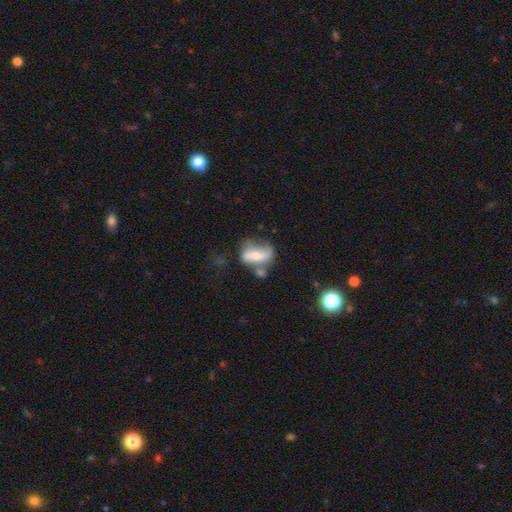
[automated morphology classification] smooth_or_featured: featured or disk (p=0.54) [alt: smooth p=0.37]
disk_edge_on: no (p=0.91) [alt: yes p=0.09]
merging: none (p=0.32) [alt: merger p=0.24]